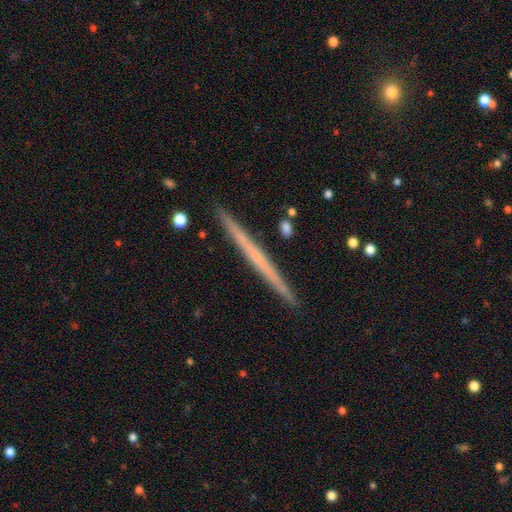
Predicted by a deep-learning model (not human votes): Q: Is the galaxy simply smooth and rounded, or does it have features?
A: featured or disk — 52%.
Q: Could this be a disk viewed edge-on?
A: yes — 98%.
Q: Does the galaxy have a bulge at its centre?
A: none — 92%.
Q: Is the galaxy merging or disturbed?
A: none — 92%.